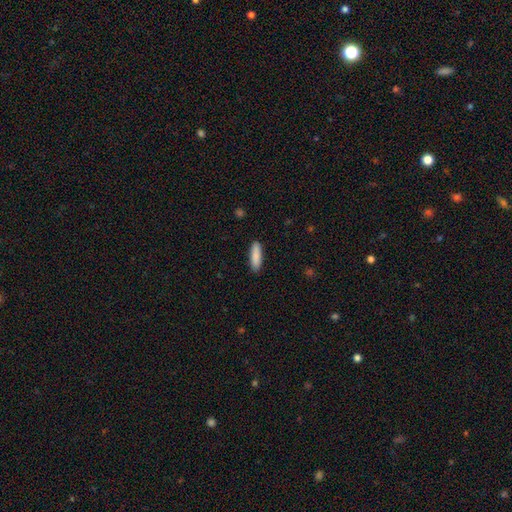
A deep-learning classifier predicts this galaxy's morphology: smooth 88%, featured or disk 6%, star or artifact 6%. Down the decision tree: how rounded — cigar-shaped (57%); merging — none (89%).